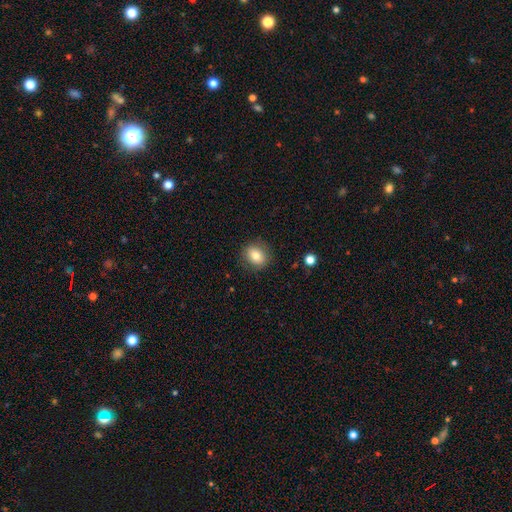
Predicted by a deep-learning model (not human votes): This appears to be a smooth galaxy with no disk features (80%) that is round (57%). Merging: none (86%).